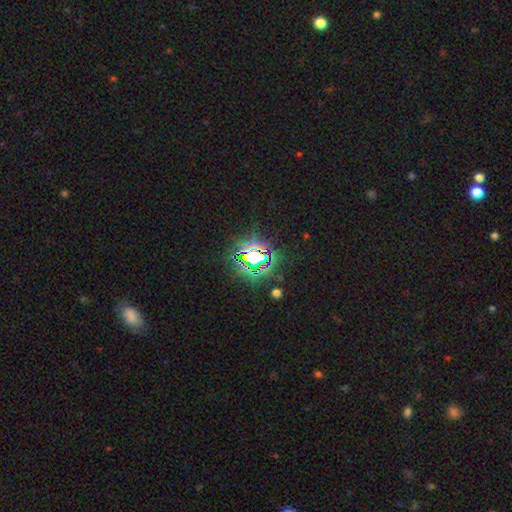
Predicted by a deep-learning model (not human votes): A star or artifact, not a galaxy (75%).